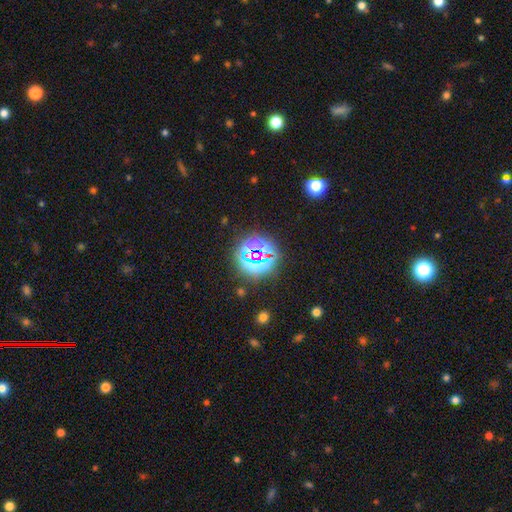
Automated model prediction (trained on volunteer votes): A star or artifact, not a galaxy (75%).

Vote fractions:
- Smooth or featured? star or artifact: 75% / smooth: 16% / featured or disk: 9%